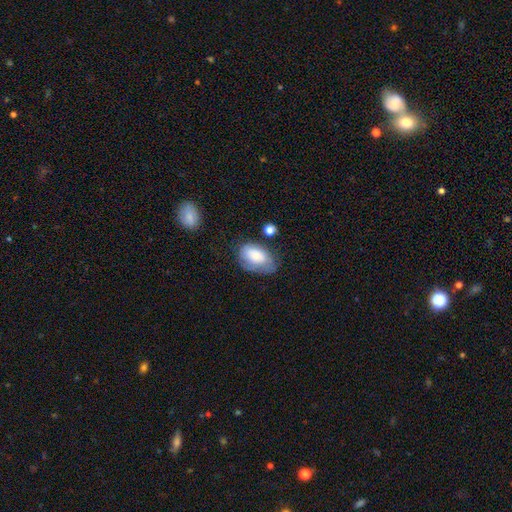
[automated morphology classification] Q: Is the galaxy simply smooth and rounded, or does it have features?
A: smooth — 74%.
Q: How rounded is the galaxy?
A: in between — 91%.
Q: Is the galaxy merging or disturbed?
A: none — 49%.